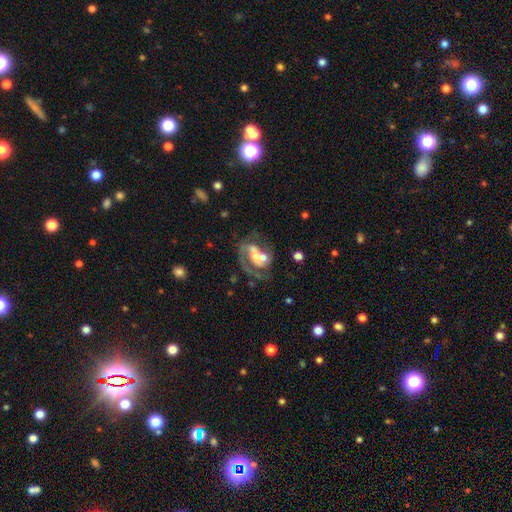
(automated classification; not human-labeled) featured or disk 71%, smooth 21%, star or artifact 8%. Down the decision tree: edge-on disk — no (97%); bar — no (62%); spiral arms — yes (73%); spiral arm count — 1 (48%); spiral winding — medium (42%); bulge size — moderate (47%); merging — merger (42%).